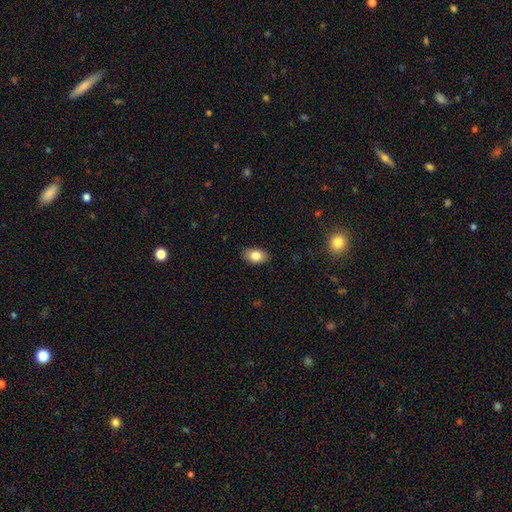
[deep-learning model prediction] Overall: smooth (83%). How rounded: in between (87%). Merging: none (87%).